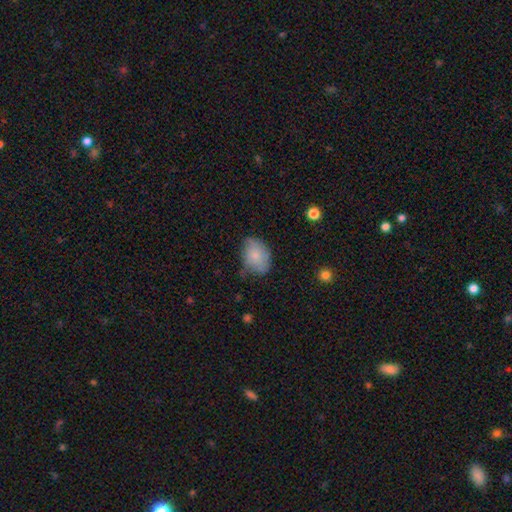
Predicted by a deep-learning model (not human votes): This appears to be a smooth galaxy with no disk features (80%) that is in between round and cigar-shaped (78%). Merging: none (57%).